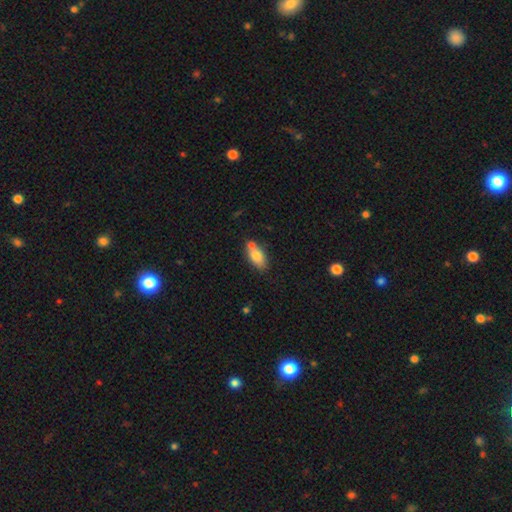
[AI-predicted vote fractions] smooth-or-featured: smooth: 77% | featured or disk: 15% | star or artifact: 8%
  how-rounded: in between: 88% | cigar-shaped: 6% | round: 5%
  merging: none: 56% | merger: 25% | minor disturbance: 15% | major disturbance: 4%